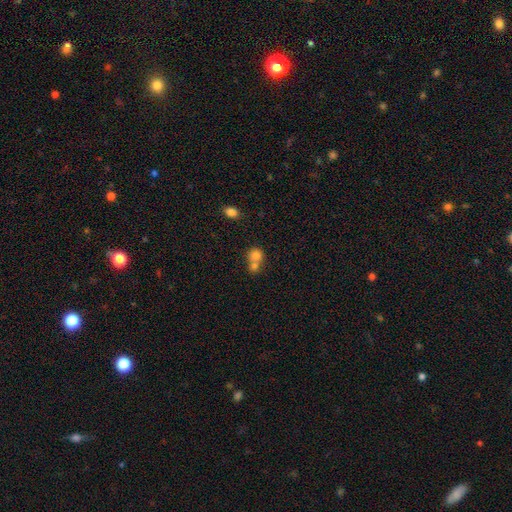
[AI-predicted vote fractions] Morphology: type=smooth (77%); roundness=round (78%); merging=merger (58%).